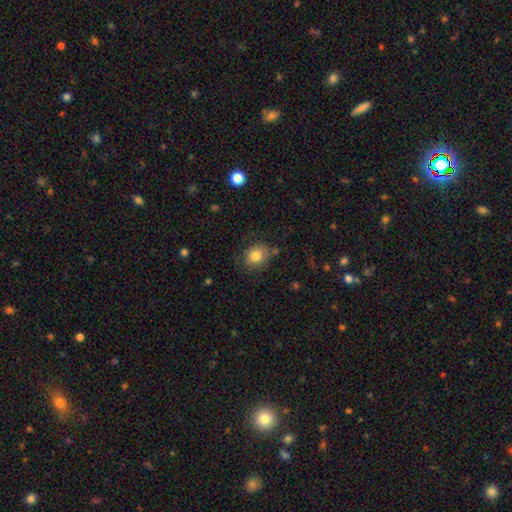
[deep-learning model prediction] This appears to be a smooth galaxy with no disk features (82%) that is round (61%). Merging: none (72%).